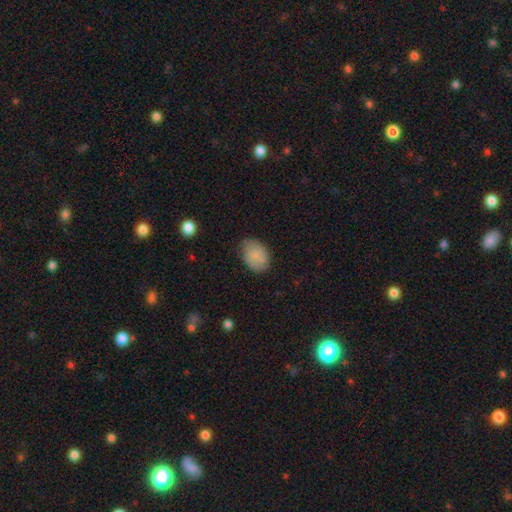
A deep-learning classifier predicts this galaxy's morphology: Smooth or featured? Predicted: smooth (p=0.83). How rounded? Predicted: in between (p=0.79). Merging? Predicted: none (p=0.74).